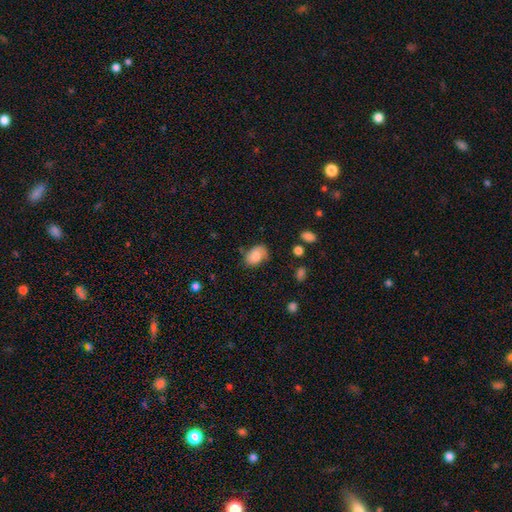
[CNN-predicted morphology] smooth-or-featured: smooth: 70% | featured or disk: 21% | star or artifact: 9%
  how-rounded: in between: 82% | round: 17% | cigar-shaped: 1%
  merging: none: 59% | minor disturbance: 29% | major disturbance: 10% | merger: 3%